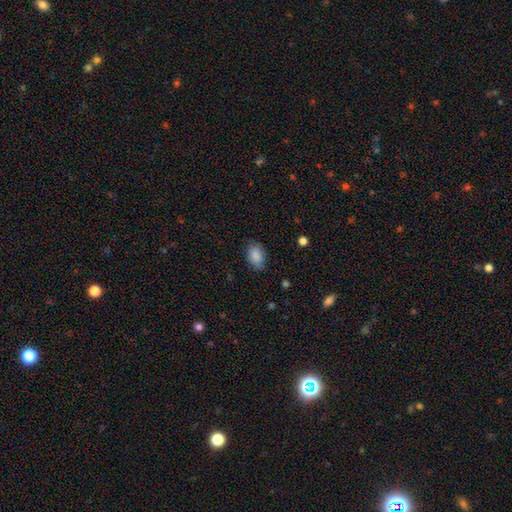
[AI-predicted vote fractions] This is clearly a smooth galaxy (88%). How rounded: clearly in between (87%). Merging: likely none (78%).